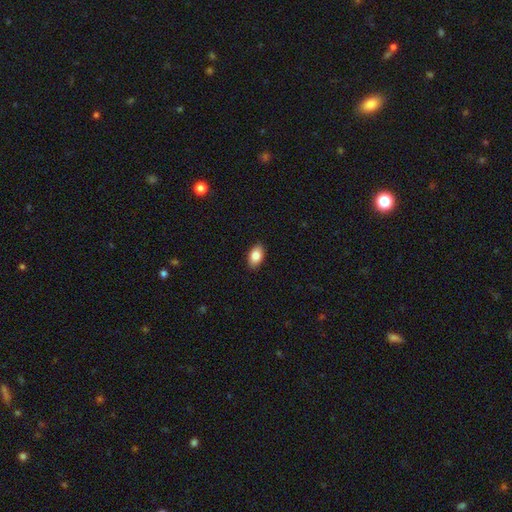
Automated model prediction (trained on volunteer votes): A smooth galaxy with no disk features (84%) that is in between round and cigar-shaped (92%).

Vote fractions:
- Smooth or featured? smooth: 84% / featured or disk: 9% / star or artifact: 7%
- How rounded? in between: 92% / round: 6% / cigar-shaped: 2%
- Merging? none: 89% / minor disturbance: 8% / major disturbance: 2% / merger: 1%